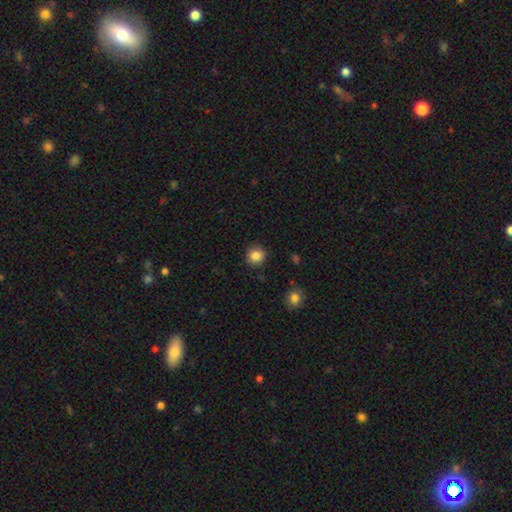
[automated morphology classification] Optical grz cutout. It shows a smooth galaxy with no disk features (85%) that is round (91%). Merging: none (89%).